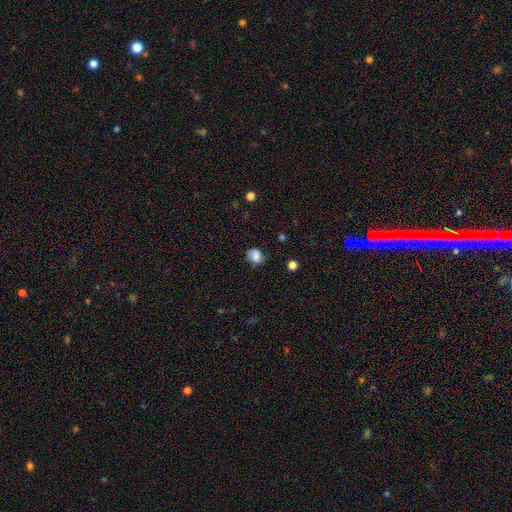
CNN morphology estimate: This is likely a smooth galaxy (75%). How rounded: possibly round (57%). Merging: likely none (62%).